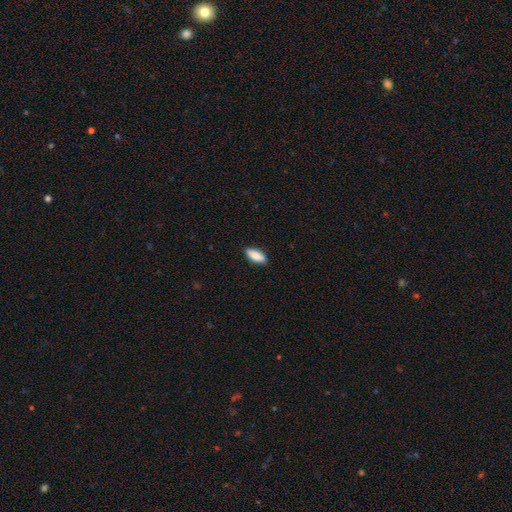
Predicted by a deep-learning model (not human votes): smooth_or_featured: smooth (p=0.87) [alt: featured or disk p=0.07]
how_rounded: in between (p=0.77) [alt: cigar-shaped p=0.21]
merging: none (p=0.89) [alt: minor disturbance p=0.09]